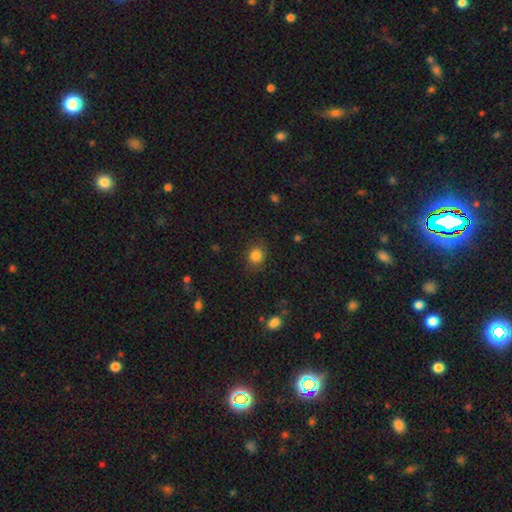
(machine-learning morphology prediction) smooth-or-featured: smooth: 84% | star or artifact: 11% | featured or disk: 5%
  how-rounded: round: 78% | in between: 21% | cigar-shaped: 1%
  merging: none: 84% | minor disturbance: 11% | major disturbance: 4% | merger: 1%